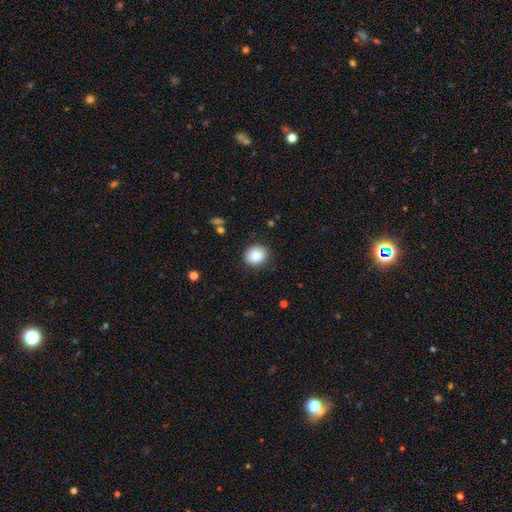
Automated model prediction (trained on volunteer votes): Smooth or featured? smooth (85%)
How rounded? round (72%)
Merging? none (89%)